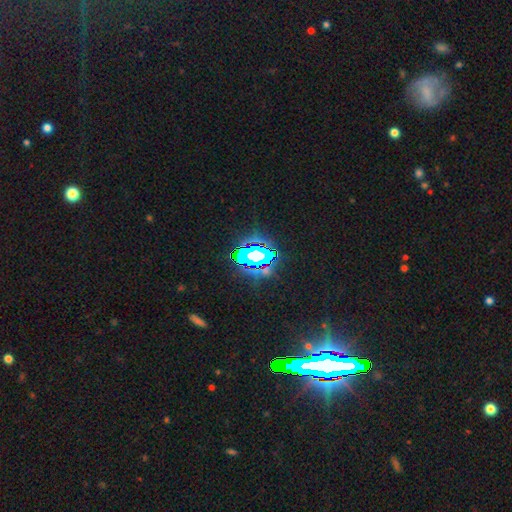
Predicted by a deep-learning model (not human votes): Q: Smooth or featured?
A: star or artifact (67%); runner-up: smooth (18%)